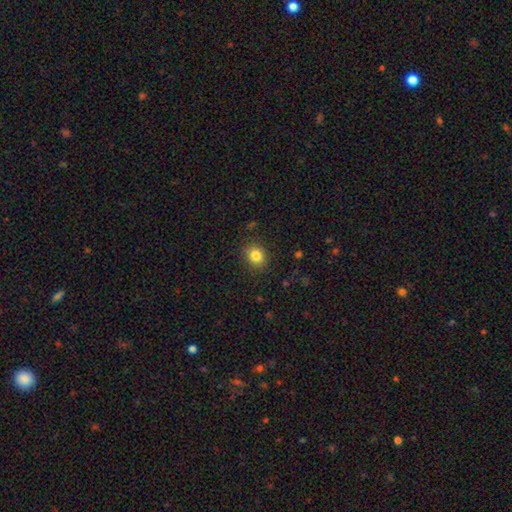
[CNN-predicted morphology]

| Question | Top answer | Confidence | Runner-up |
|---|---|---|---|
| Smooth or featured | smooth | 83% | star or artifact (11%) |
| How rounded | round | 71% | in between (29%) |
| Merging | none | 87% | minor disturbance (9%) |